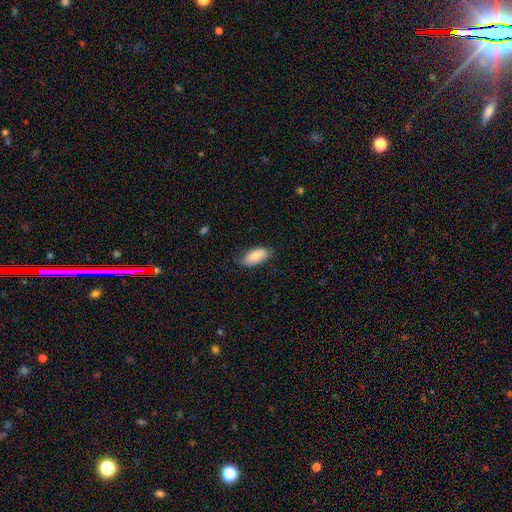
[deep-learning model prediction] Smooth or featured?
  - smooth: 80% *
  - featured or disk: 14%
  - star or artifact: 6%
How rounded?
  - in between: 91% *
  - cigar-shaped: 7%
  - round: 2%
Merging?
  - none: 74% *
  - minor disturbance: 21%
  - major disturbance: 4%
  - merger: 1%